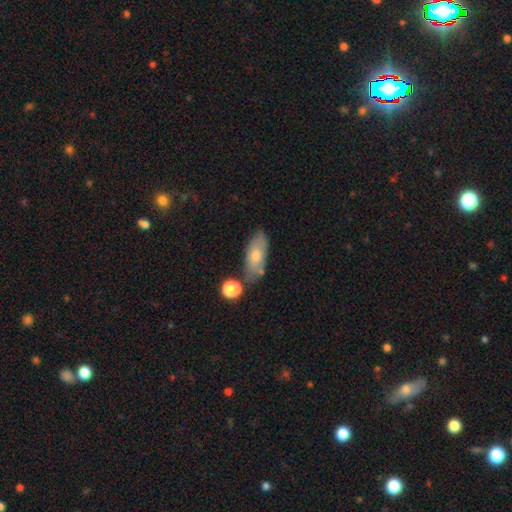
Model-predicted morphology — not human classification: Smooth or featured? Predicted: smooth (p=0.68). How rounded? Predicted: in between (p=0.81). Merging? Predicted: none (p=0.70).